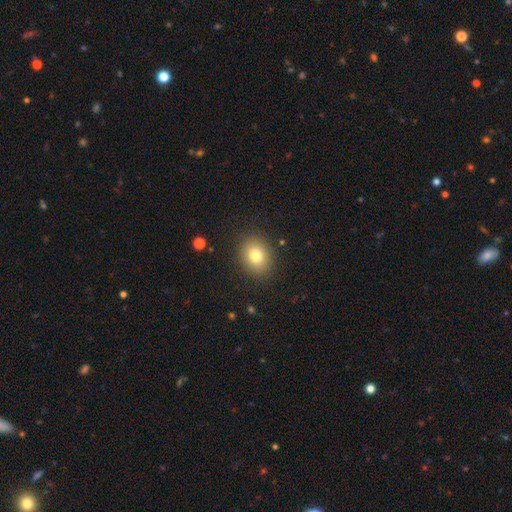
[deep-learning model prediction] This appears to be a smooth galaxy with no disk features (80%) that is round (57%). Merging: none (88%).